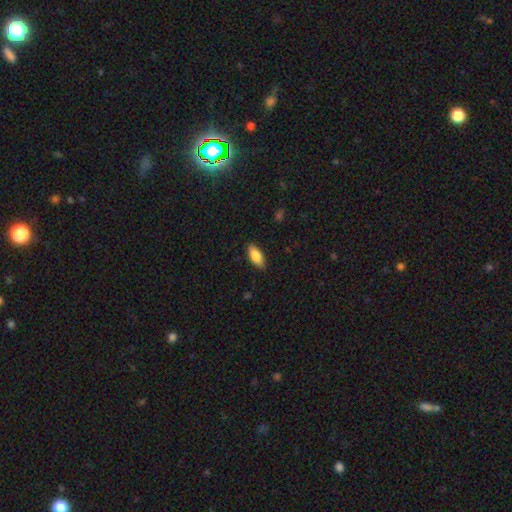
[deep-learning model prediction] Morphology: type=smooth (83%); roundness=in between (84%); merging=none (88%).